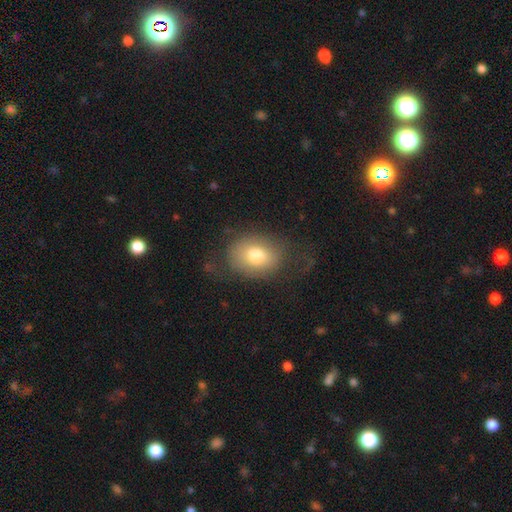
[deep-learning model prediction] Smooth or featured? smooth (71%)
How rounded? in between (59%)
Merging? none (59%)